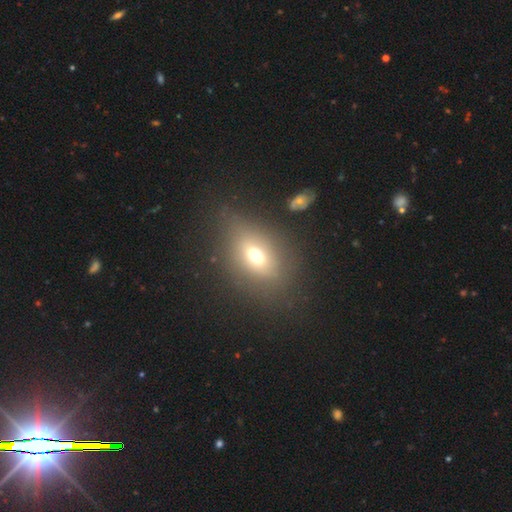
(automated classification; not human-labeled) smooth-or-featured: smooth: 64% | featured or disk: 20% | star or artifact: 16%
  how-rounded: in between: 72% | round: 25% | cigar-shaped: 3%
  merging: none: 69% | minor disturbance: 17% | major disturbance: 9% | merger: 5%